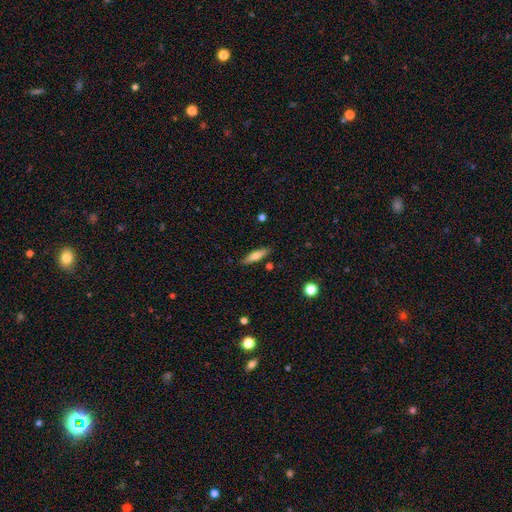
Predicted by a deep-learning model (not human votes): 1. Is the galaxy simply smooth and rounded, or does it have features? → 59% smooth, 35% featured or disk, 7% star or artifact.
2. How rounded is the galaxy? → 70% cigar-shaped, 28% in between, 2% round.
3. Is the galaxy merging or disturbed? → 86% none, 10% minor disturbance, 2% merger, 2% major disturbance.